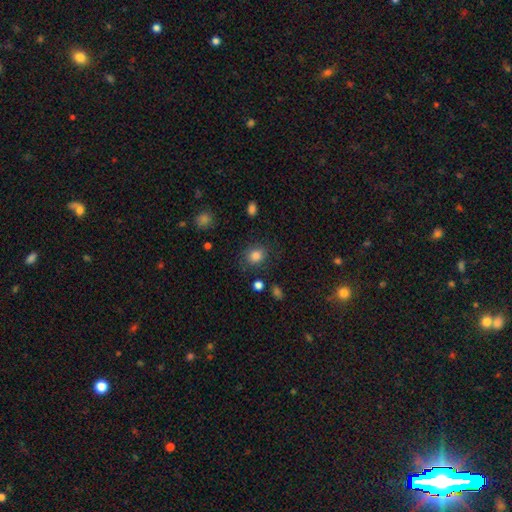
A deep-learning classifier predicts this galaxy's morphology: smooth-or-featured: smooth: 84% | star or artifact: 11% | featured or disk: 5%
  how-rounded: round: 72% | in between: 28% | cigar-shaped: 1%
  merging: none: 81% | minor disturbance: 12% | major disturbance: 5% | merger: 3%